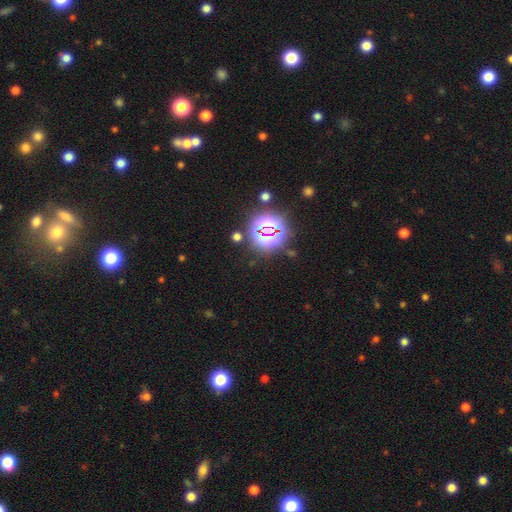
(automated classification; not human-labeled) Smooth or featured? star or artifact (79%)